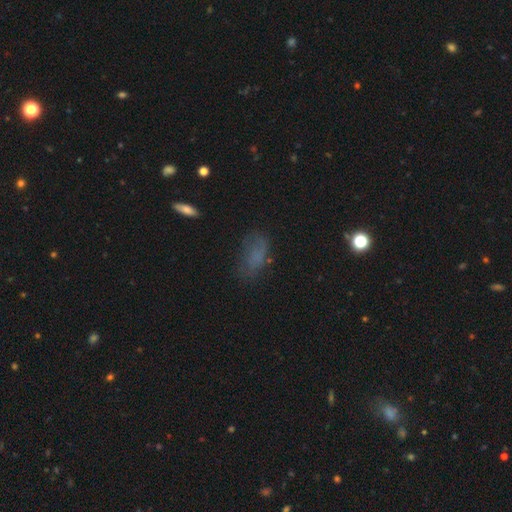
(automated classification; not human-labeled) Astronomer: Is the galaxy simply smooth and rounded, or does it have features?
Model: smooth — 65%.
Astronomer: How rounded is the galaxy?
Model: in between — 85%.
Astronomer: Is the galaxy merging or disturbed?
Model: none — 58%.